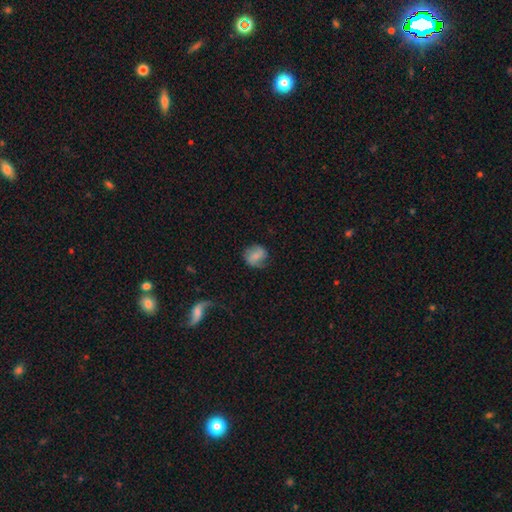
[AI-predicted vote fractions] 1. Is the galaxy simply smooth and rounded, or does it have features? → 55% smooth, 36% featured or disk, 9% star or artifact.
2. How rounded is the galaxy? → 71% round, 28% in between, 1% cigar-shaped.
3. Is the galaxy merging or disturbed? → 66% none, 22% minor disturbance, 10% major disturbance, 2% merger.